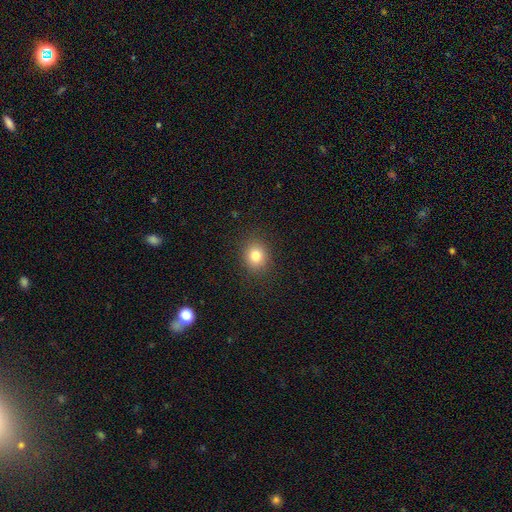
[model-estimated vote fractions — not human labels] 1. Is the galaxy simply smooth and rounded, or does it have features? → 81% smooth, 12% star or artifact, 7% featured or disk.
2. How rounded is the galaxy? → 67% round, 32% in between, 1% cigar-shaped.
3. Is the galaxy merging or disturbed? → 89% none, 8% minor disturbance, 3% major disturbance, 1% merger.